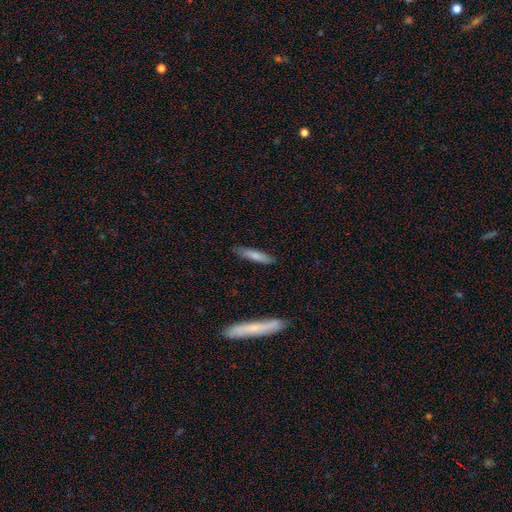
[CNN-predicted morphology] This appears to be a smooth galaxy with no disk features (73%) that is cigar-shaped (86%). Merging: none (84%).